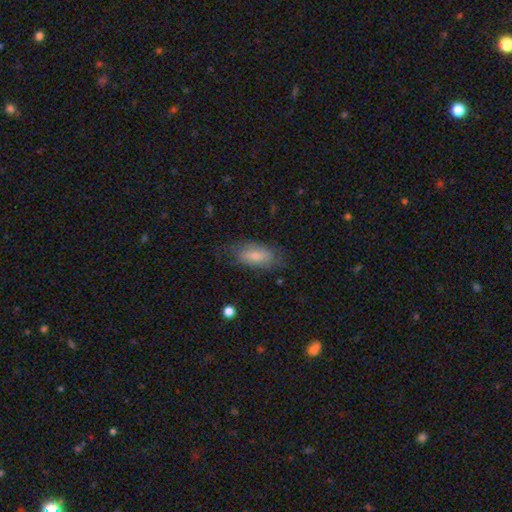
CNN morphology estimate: A smooth galaxy with no disk features (73%) that is in between round and cigar-shaped (86%). Merging: none (67%).